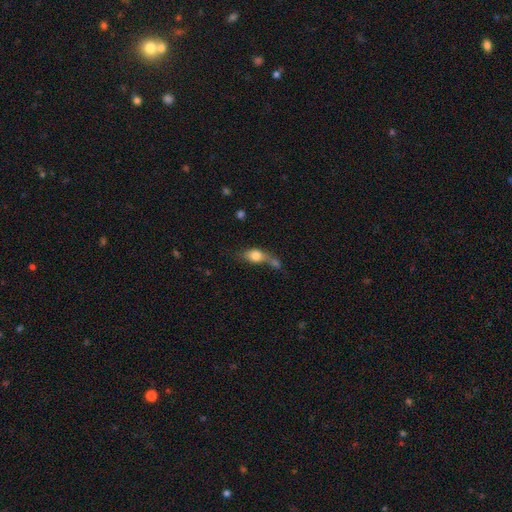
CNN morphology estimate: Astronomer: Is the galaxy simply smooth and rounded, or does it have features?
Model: smooth — 77%.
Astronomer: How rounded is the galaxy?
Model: in between — 70%.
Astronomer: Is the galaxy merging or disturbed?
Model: merger — 47% (runner-up: none, 28%).